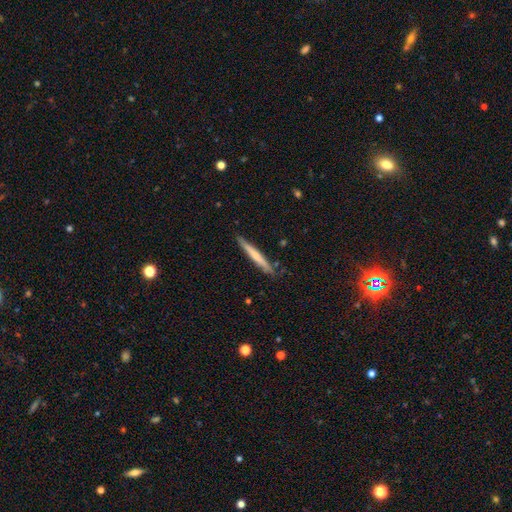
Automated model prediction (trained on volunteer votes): This appears to be a smooth galaxy with no disk features (58%) that is cigar-shaped (96%). Merging: none (86%).